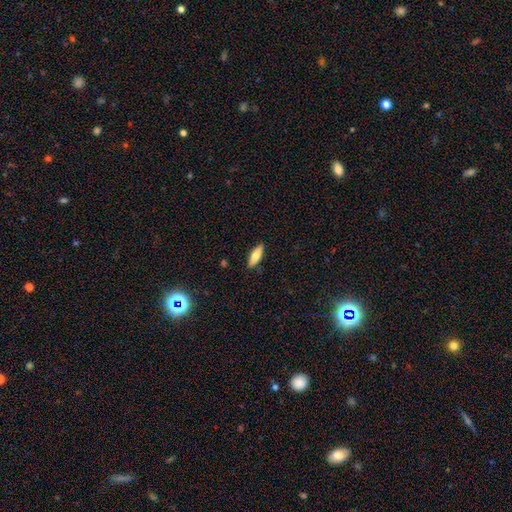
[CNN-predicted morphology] A smooth galaxy with no disk features (70%) that is in between round and cigar-shaped (56%). Merging: none (89%).